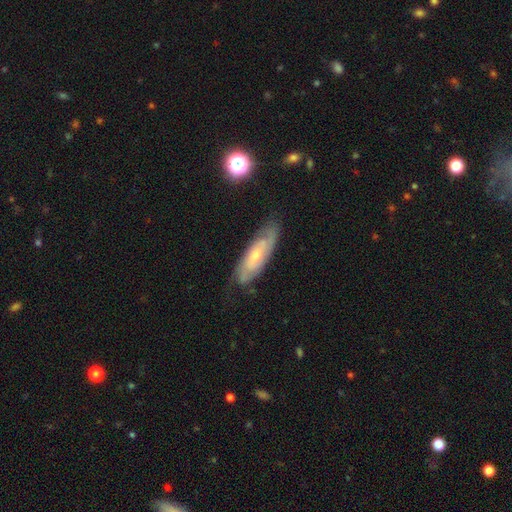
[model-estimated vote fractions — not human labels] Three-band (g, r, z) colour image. It shows a featured or disk galaxy (70%) with no bar (65%), tight (59%) spiral arms (89%) and a small central bulge (60%). Merging: none (72%).